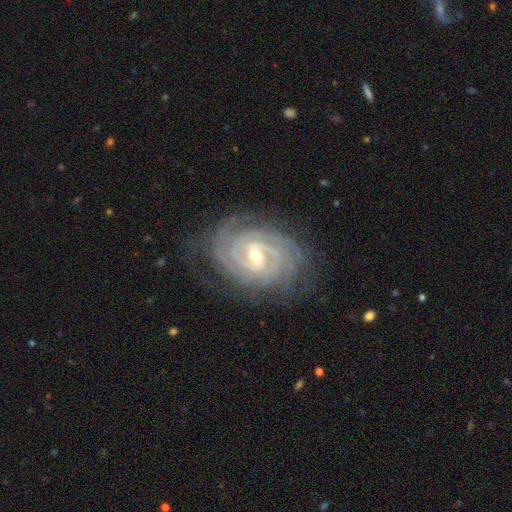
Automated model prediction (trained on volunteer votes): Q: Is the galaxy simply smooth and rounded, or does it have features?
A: featured or disk — 90%.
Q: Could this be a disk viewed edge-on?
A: no — 97%.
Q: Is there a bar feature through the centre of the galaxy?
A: weak — 50%.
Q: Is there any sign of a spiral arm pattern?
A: yes — 98%.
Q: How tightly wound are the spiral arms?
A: tight — 83%.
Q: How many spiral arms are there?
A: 2 — 24%.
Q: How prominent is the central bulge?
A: small — 56%.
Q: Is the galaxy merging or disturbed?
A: none — 80%.